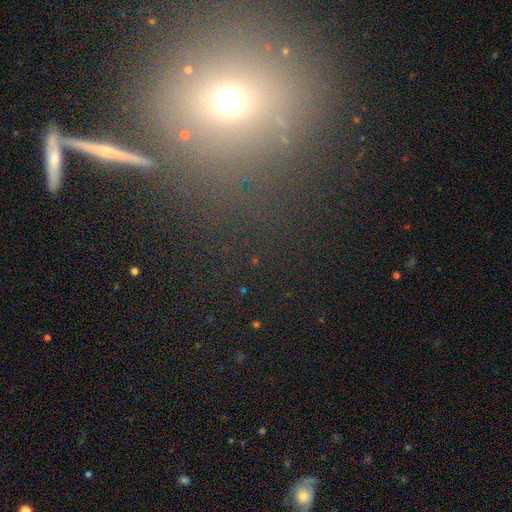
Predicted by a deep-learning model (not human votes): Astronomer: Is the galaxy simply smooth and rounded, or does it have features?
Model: star or artifact — 47% (runner-up: smooth, 38%).